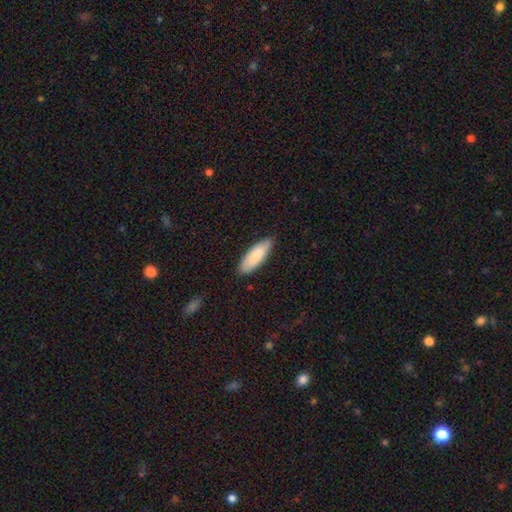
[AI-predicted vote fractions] Morphology: type=smooth (85%); roundness=in between (61%); merging=none (84%).